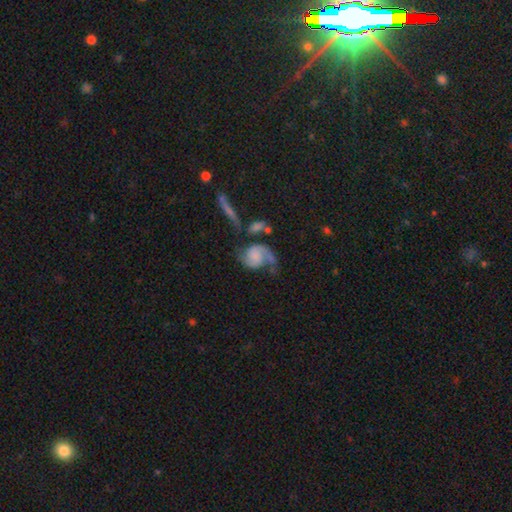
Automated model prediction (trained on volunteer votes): The model was most divided on "spiral winding": loose: 46%, medium: 39%, tight: 15%. Remaining: edge-on disk — no (97%); spiral arms — yes (94%); spiral arm count — 2 (78%); smooth or featured — featured or disk (73%); bar — no (67%); bulge size — none (48%); merging — none (45%).